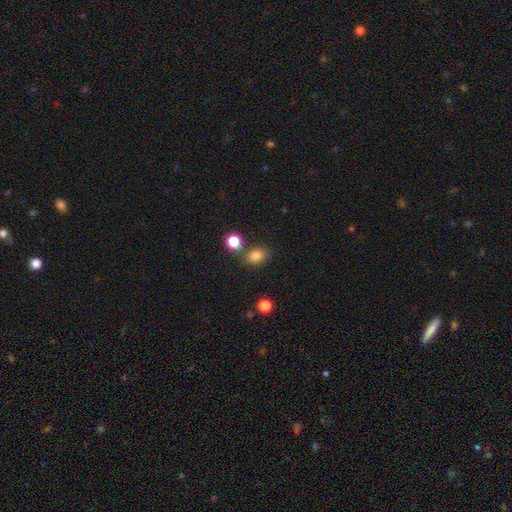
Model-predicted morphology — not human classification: Smooth or featured? smooth (82%)
How rounded? round (53%)
Merging? none (70%)